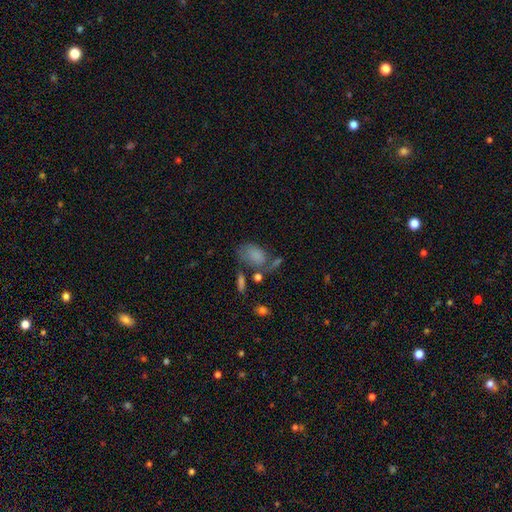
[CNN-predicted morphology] type=smooth (73%); roundness=in between (84%); merging=none (37%).